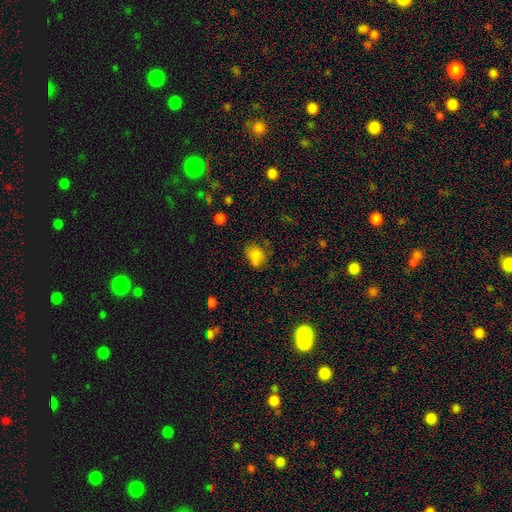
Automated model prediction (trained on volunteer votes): Smooth or featured? smooth (78%)
How rounded? in between (63%)
Merging? none (54%)